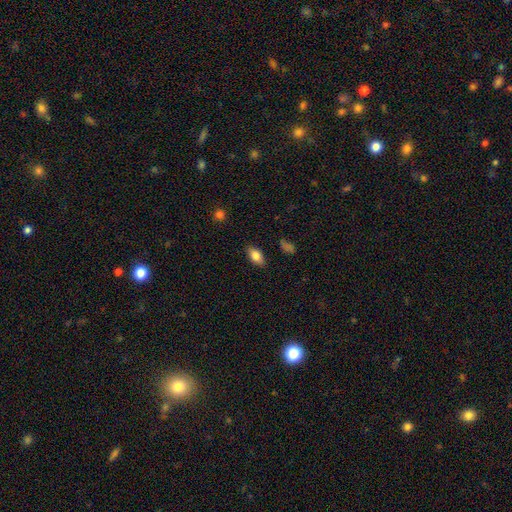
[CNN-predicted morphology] The model was most divided on "smooth or featured": smooth: 80%, featured or disk: 12%, star or artifact: 8%. More confident: how rounded — in between (90%); merging — none (86%).